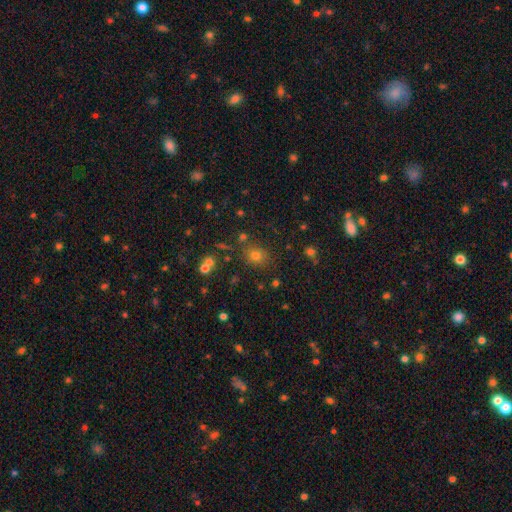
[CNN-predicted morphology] Smooth or featured?
  - smooth: 69% *
  - star or artifact: 22%
  - featured or disk: 9%
How rounded?
  - round: 71% *
  - in between: 28%
  - cigar-shaped: 1%
Merging?
  - none: 79% *
  - minor disturbance: 11%
  - merger: 6%
  - major disturbance: 4%